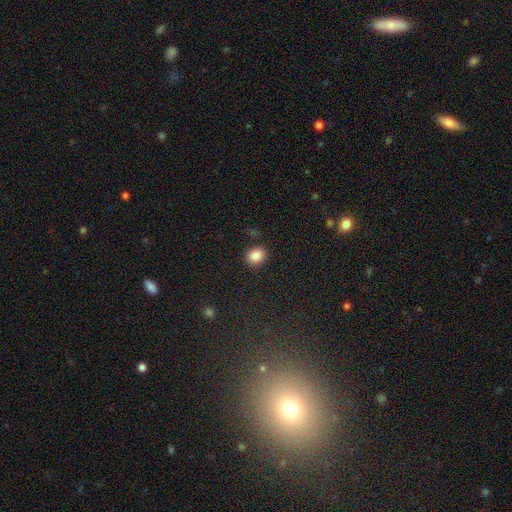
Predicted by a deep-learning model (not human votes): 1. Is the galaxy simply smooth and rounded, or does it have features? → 87% smooth, 9% star or artifact, 4% featured or disk.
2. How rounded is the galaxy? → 53% round, 46% in between, 1% cigar-shaped.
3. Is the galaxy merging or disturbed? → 85% none, 9% minor disturbance, 3% major disturbance, 2% merger.